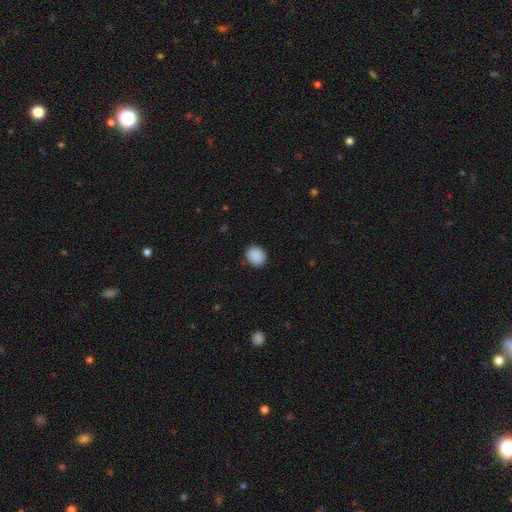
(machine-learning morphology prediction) Smooth or featured? Predicted: smooth (p=0.90). How rounded? Predicted: round (p=0.67). Merging? Predicted: none (p=0.88).